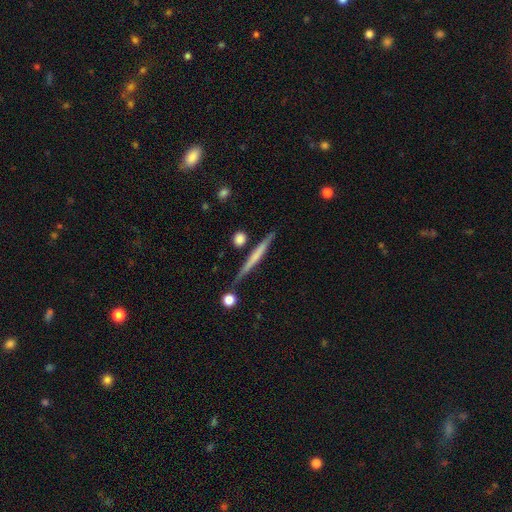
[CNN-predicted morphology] featured or disk 52%, smooth 42%, star or artifact 6%. Down the decision tree: edge-on disk — yes (96%); merging — none (82%).